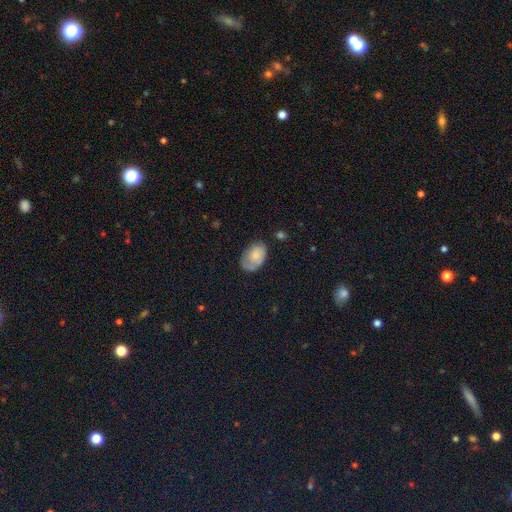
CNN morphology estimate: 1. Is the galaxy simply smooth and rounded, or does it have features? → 70% smooth, 23% featured or disk, 8% star or artifact.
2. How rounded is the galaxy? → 85% in between, 14% round, 1% cigar-shaped.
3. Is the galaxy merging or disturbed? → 51% none, 31% minor disturbance, 14% major disturbance, 3% merger.